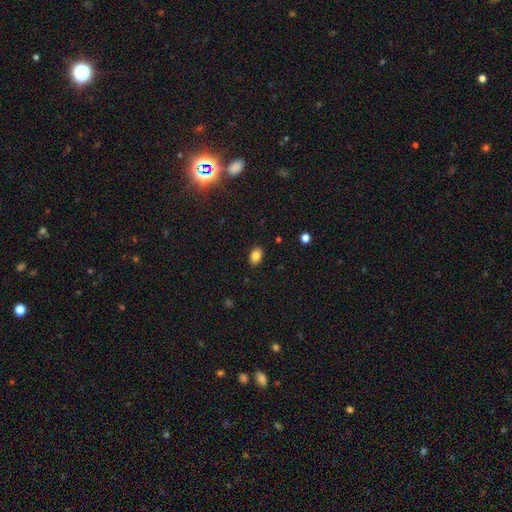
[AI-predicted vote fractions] smooth_or_featured: smooth (p=0.85) [alt: star or artifact p=0.09]
how_rounded: in between (p=0.83) [alt: round p=0.16]
merging: none (p=0.88) [alt: minor disturbance p=0.09]